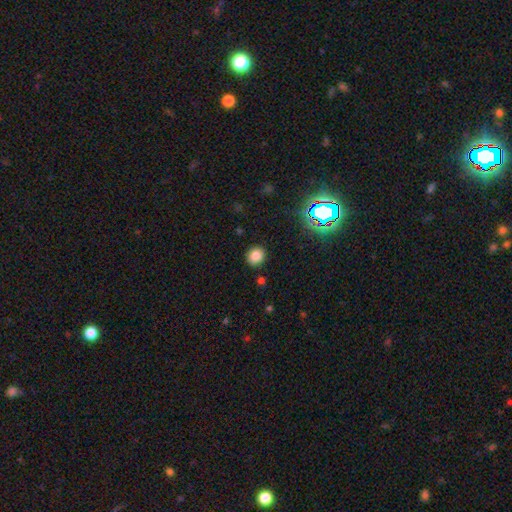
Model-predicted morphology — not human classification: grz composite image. It shows a smooth galaxy with no disk features (80%) that is round (79%). Merging: none (90%).